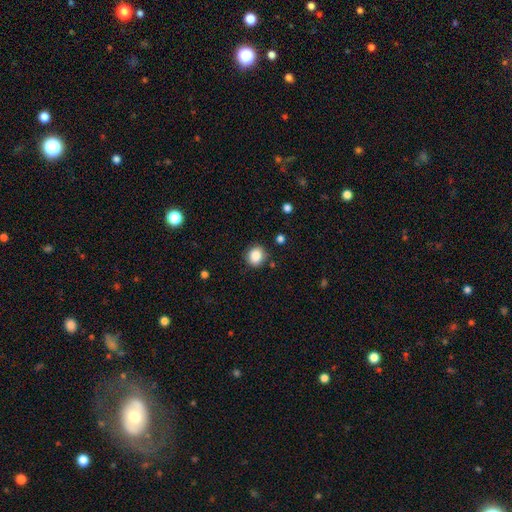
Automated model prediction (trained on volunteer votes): A smooth galaxy with no disk features (86%) that is round (80%).

Vote fractions:
- Smooth or featured? smooth: 86% / star or artifact: 9% / featured or disk: 4%
- How rounded? round: 80% / in between: 19% / cigar-shaped: 1%
- Merging? none: 85% / minor disturbance: 10% / major disturbance: 3% / merger: 2%